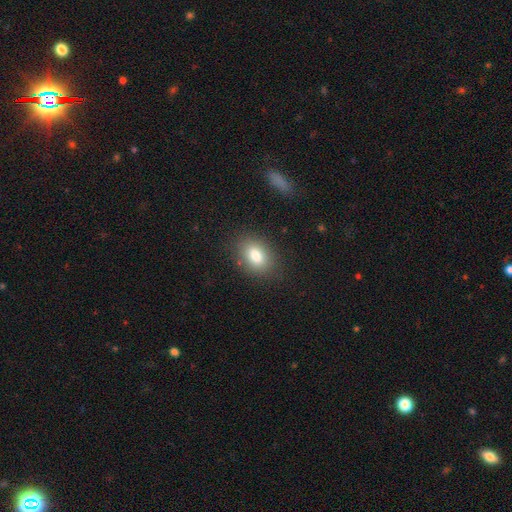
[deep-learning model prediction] smooth-or-featured: smooth: 81% | star or artifact: 9% | featured or disk: 9%
  how-rounded: in between: 80% | round: 18% | cigar-shaped: 2%
  merging: none: 83% | minor disturbance: 11% | major disturbance: 4% | merger: 2%